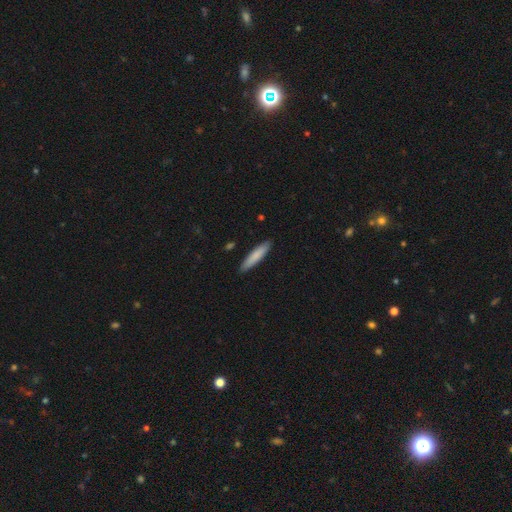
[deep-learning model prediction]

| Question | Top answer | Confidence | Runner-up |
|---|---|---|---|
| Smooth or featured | smooth | 82% | featured or disk (13%) |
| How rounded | cigar-shaped | 86% | in between (12%) |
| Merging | none | 90% | minor disturbance (8%) |